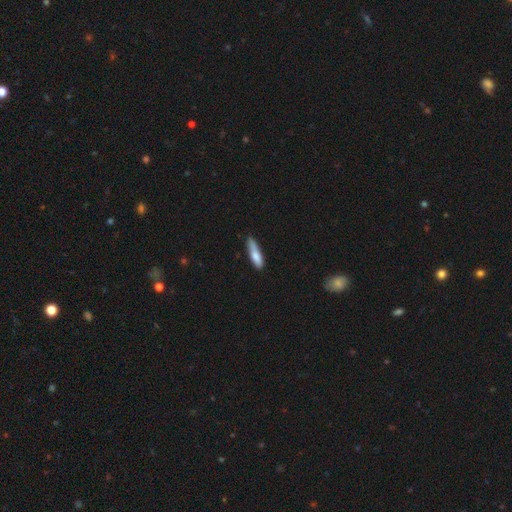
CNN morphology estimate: A smooth galaxy with no disk features (78%) that is cigar-shaped (70%). Merging: none (65%).